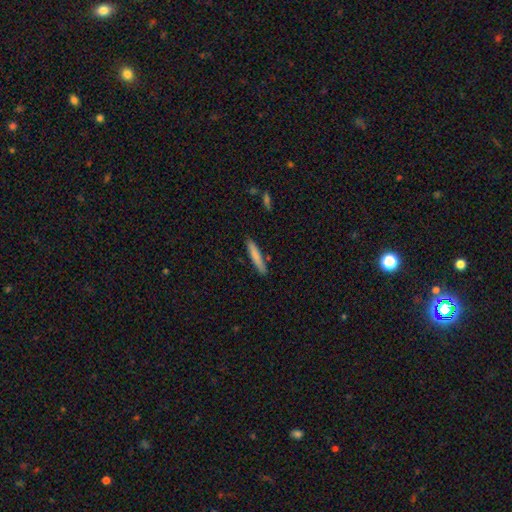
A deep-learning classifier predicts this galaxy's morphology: Smooth or featured? Predicted: smooth (p=0.78). How rounded? Predicted: cigar-shaped (p=0.93). Merging? Predicted: none (p=0.86).